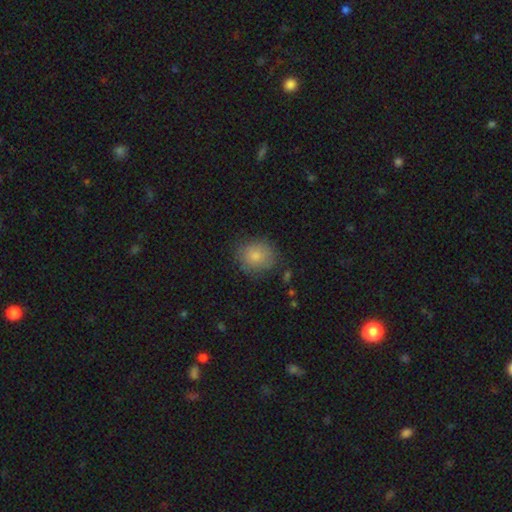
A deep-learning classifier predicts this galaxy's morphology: This appears to be a smooth galaxy with no disk features (80%) that is round (73%). Merging: none (73%).